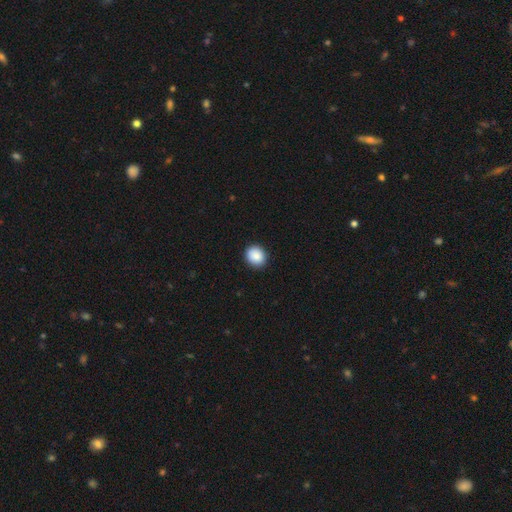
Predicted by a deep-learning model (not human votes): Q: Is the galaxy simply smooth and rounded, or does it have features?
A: smooth — 89%.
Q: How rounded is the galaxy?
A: round — 75%.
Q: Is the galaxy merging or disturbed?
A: none — 90%.